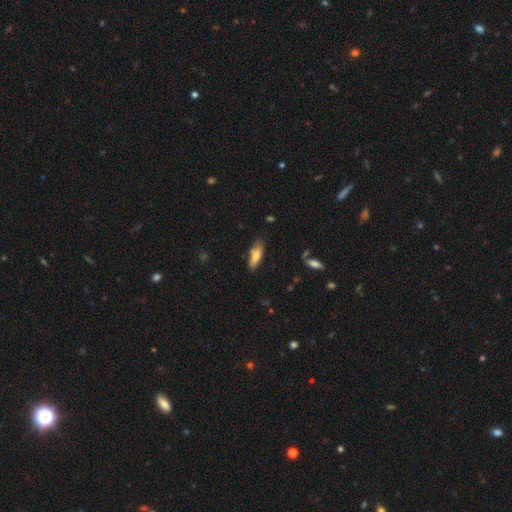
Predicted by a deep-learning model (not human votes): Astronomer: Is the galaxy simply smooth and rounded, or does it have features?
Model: smooth — 72%.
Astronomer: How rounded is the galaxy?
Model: in between — 55% (runner-up: cigar-shaped, 43%).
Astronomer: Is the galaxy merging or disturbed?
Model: none — 69%.